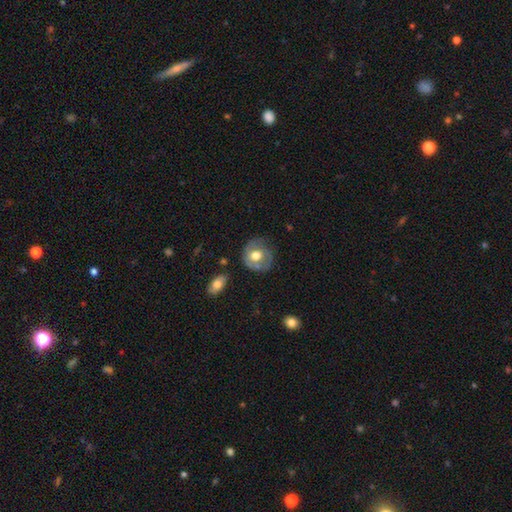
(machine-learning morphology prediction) Smooth or featured? Predicted: featured or disk (p=0.47, tied with smooth). Merging? Predicted: none (p=0.66).